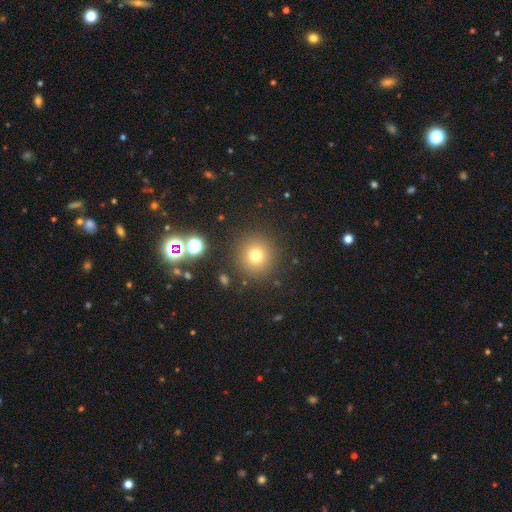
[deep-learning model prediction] Q: Smooth or featured?
A: smooth (73%); runner-up: star or artifact (17%)
Q: How rounded?
A: round (95%); runner-up: in between (4%)
Q: Merging?
A: none (88%); runner-up: minor disturbance (6%)